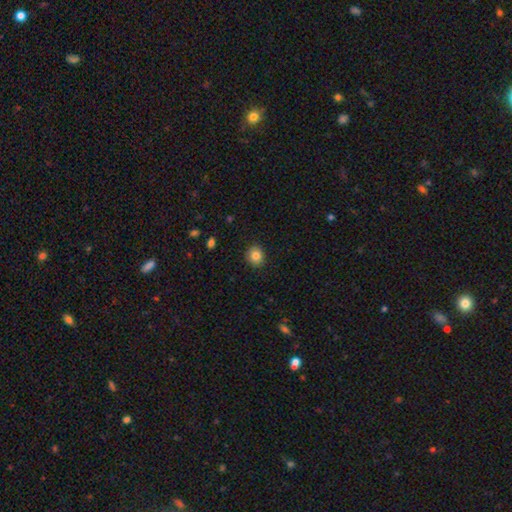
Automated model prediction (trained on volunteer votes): smooth-or-featured: smooth: 84% | star or artifact: 9% | featured or disk: 6%
  how-rounded: round: 76% | in between: 23% | cigar-shaped: 1%
  merging: none: 91% | minor disturbance: 7% | major disturbance: 2% | merger: 1%